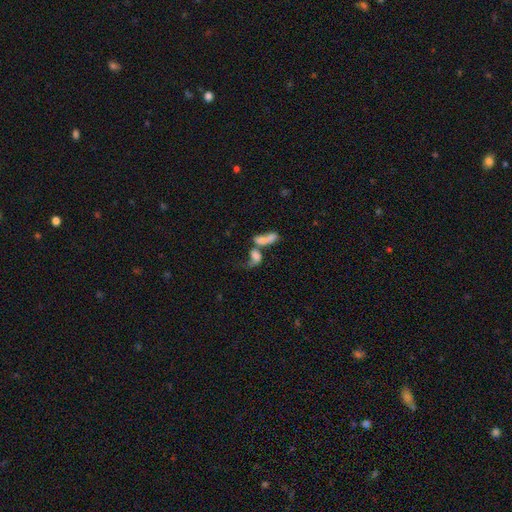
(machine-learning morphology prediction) type=smooth (59%); roundness=in between (72%); merging=merger (71%).